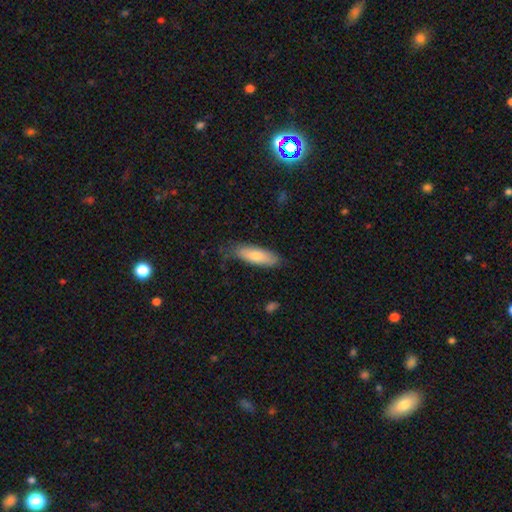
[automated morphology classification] This appears to be a smooth galaxy with no disk features (77%) that is in between round and cigar-shaped (56%). Merging: none (76%).